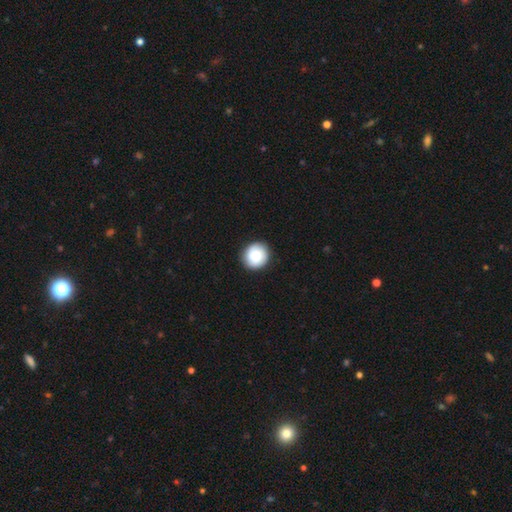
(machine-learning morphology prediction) Smooth or featured?
  - smooth: 82% *
  - featured or disk: 11%
  - star or artifact: 7%
How rounded?
  - round: 91% *
  - in between: 8%
  - cigar-shaped: 1%
Merging?
  - none: 90% *
  - minor disturbance: 7%
  - major disturbance: 2%
  - merger: 1%